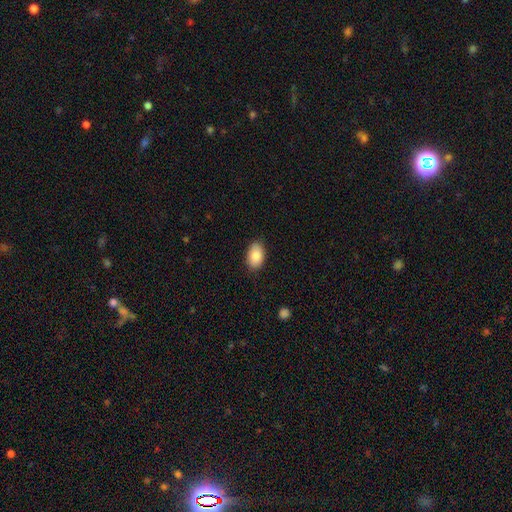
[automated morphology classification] Smooth or featured: smooth — 88% (star or artifact — 7%)
How rounded: in between — 91% (round — 7%)
Merging: none — 86% (minor disturbance — 11%)